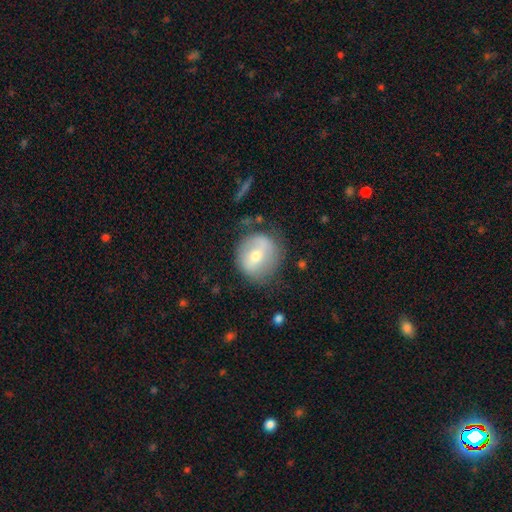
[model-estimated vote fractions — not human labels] Smooth or featured? Predicted: smooth (p=0.46, tied with featured or disk). Merging? Predicted: none (p=0.71).